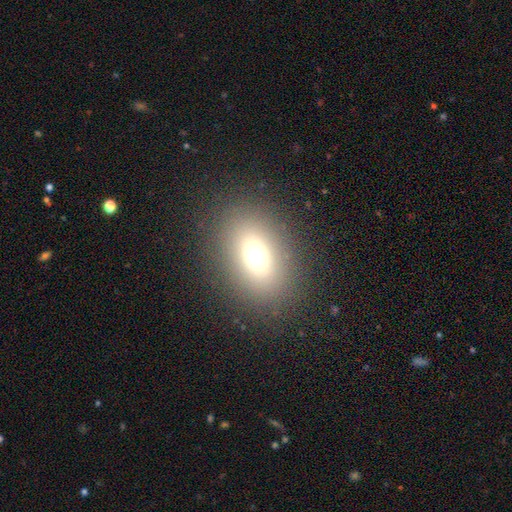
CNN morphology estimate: A smooth galaxy with no disk features (66%) that is in between round and cigar-shaped (68%). Merging: none (85%).